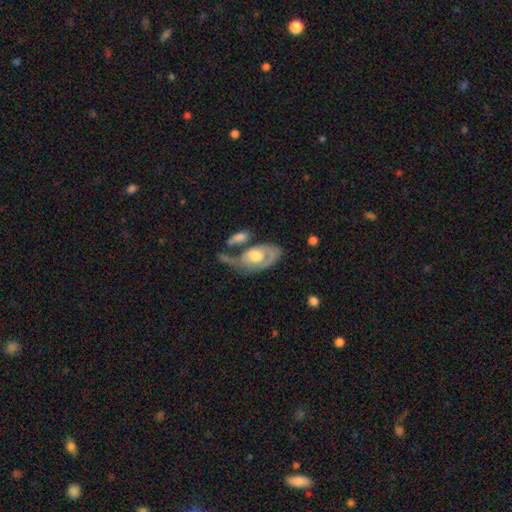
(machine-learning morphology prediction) Smooth or featured? Predicted: featured or disk (p=0.64). Edge-on disk? Predicted: no (p=0.92). Bar? Predicted: no (p=0.80). Spiral arms? Predicted: yes (p=0.62). Bulge size? Predicted: moderate (p=0.51). Merging? Predicted: none (p=0.33).